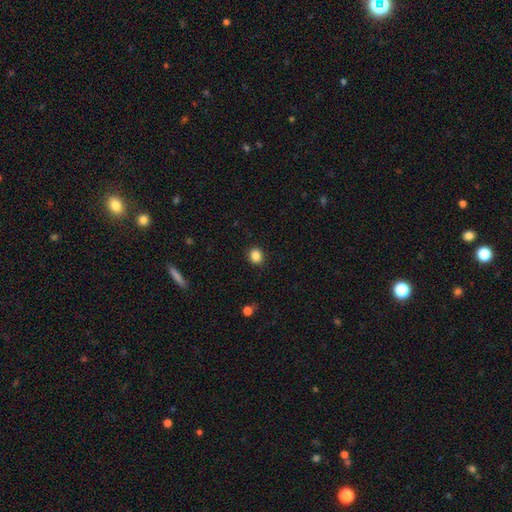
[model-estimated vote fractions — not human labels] This appears to be a smooth galaxy with no disk features (87%) that is round (76%). Merging: none (90%).